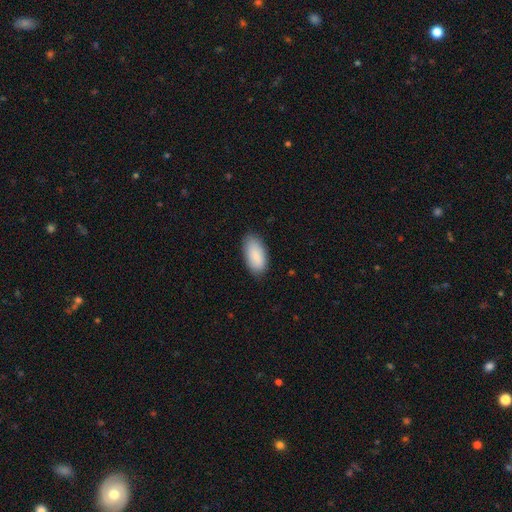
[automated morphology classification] Smooth or featured? Predicted: smooth (p=0.89). How rounded? Predicted: in between (p=0.94). Merging? Predicted: none (p=0.83).